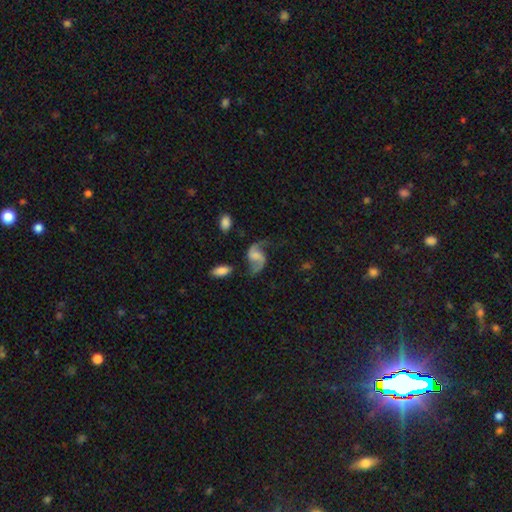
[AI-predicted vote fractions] Morphology: type=featured or disk (84%); edge-on=no (98%); bar=weak (44%); spiral arms=yes (96%); winding=loose (69%); arm count=2 (92%); bulge=none (41%); merging=none (62%).